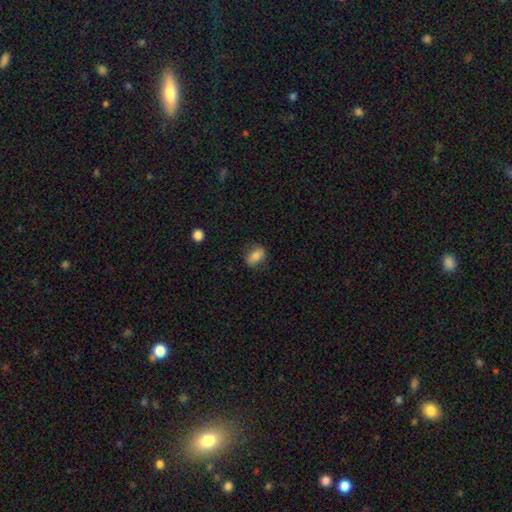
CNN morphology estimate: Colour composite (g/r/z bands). It shows a smooth galaxy with no disk features (77%) that is in between round and cigar-shaped (78%). Merging: none (75%).